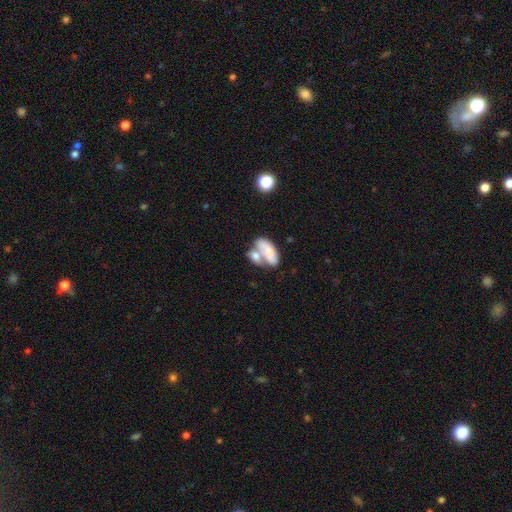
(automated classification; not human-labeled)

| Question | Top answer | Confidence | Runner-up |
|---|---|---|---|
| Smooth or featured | smooth | 66% | featured or disk (26%) |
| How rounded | in between | 87% | cigar-shaped (7%) |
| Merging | merger | 62% | none (19%) |